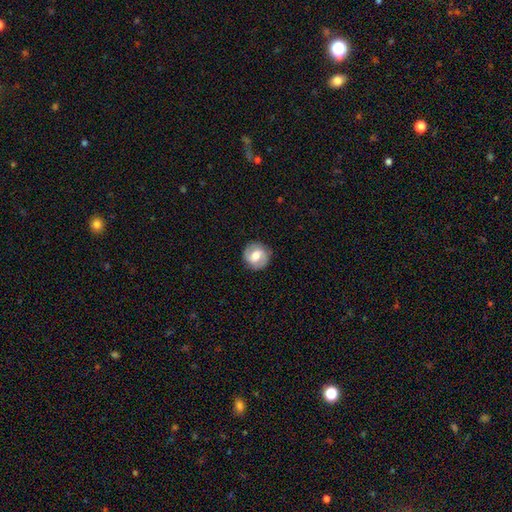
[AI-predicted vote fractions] Morphology: type=featured or disk (53%); edge-on=no (97%); bar=weak (49%); spiral arms=yes (77%); bulge=moderate (62%); merging=none (86%).